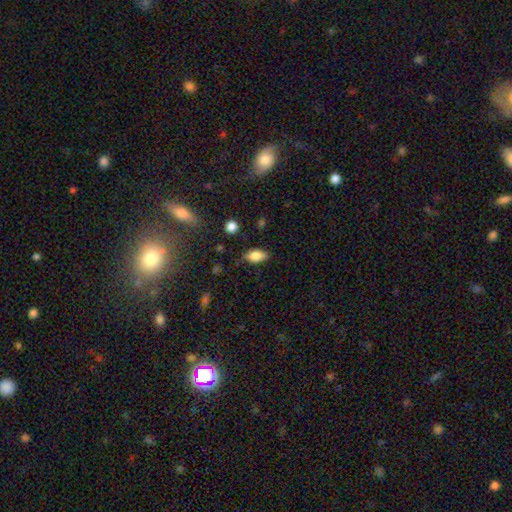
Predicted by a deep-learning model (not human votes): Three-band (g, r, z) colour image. It shows a smooth galaxy with no disk features (81%) that is in between round and cigar-shaped (89%). Merging: none (77%).